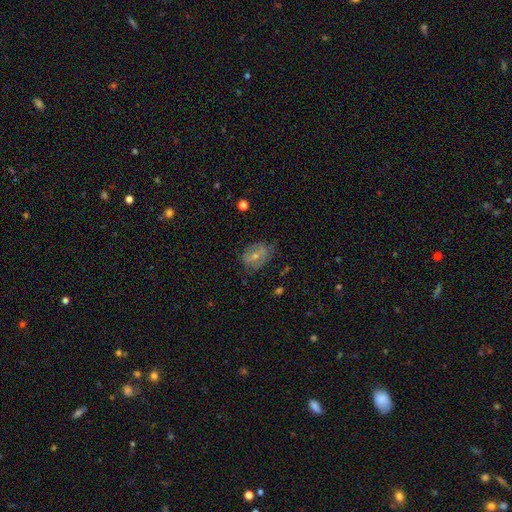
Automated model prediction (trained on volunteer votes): Smooth or featured? featured or disk (45%, tied with smooth)
Merging? none (64%)